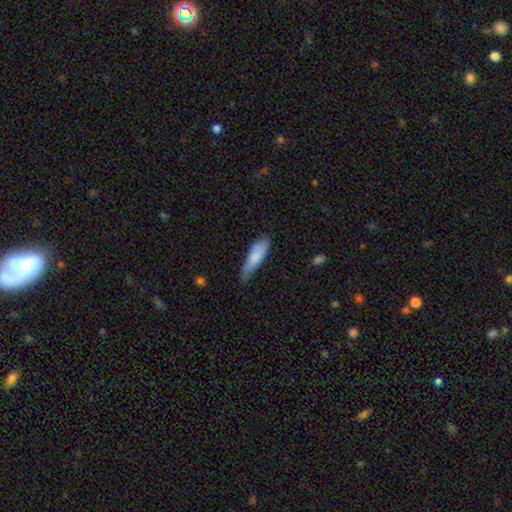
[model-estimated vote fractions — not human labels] Smooth or featured? smooth (74%)
How rounded? cigar-shaped (64%)
Merging? none (55%)